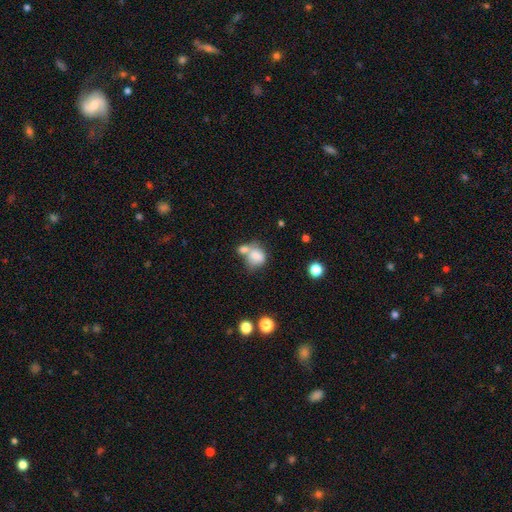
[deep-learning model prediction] Smooth or featured? Predicted: smooth (p=0.76). How rounded? Predicted: round (p=0.62). Merging? Predicted: merger (p=0.48).